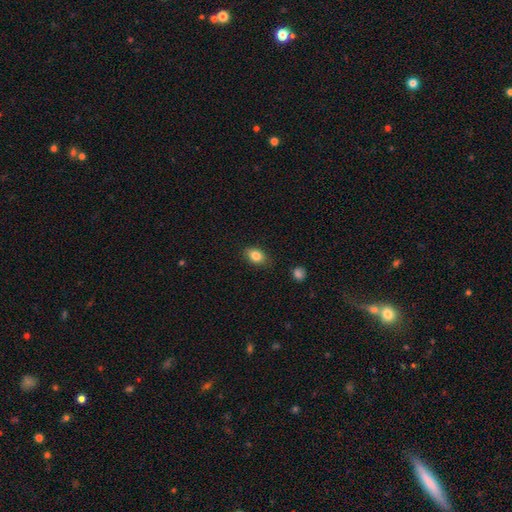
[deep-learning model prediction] smooth-or-featured: smooth: 84% | star or artifact: 9% | featured or disk: 8%
  how-rounded: in between: 83% | round: 15% | cigar-shaped: 2%
  merging: none: 84% | minor disturbance: 12% | major disturbance: 2% | merger: 2%